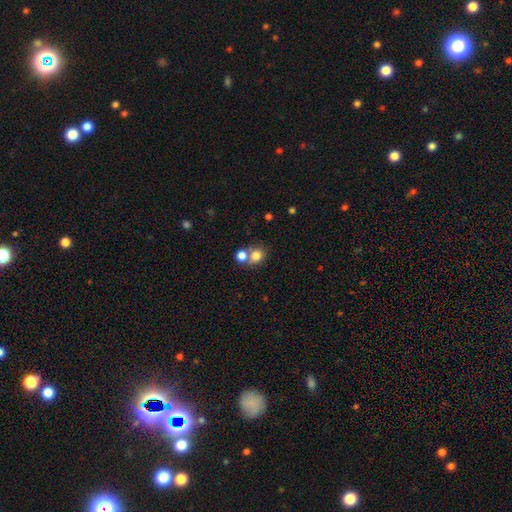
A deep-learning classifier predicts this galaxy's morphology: type=smooth (78%); roundness=round (73%); merging=none (49%).